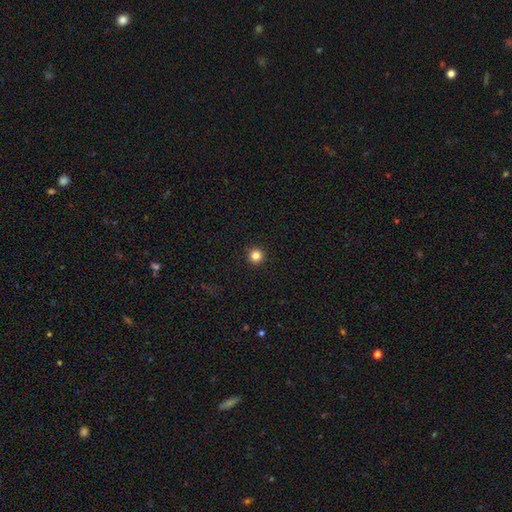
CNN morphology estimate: smooth 83%, star or artifact 12%, featured or disk 4%. Down the decision tree: how rounded — round (96%); merging — none (94%).